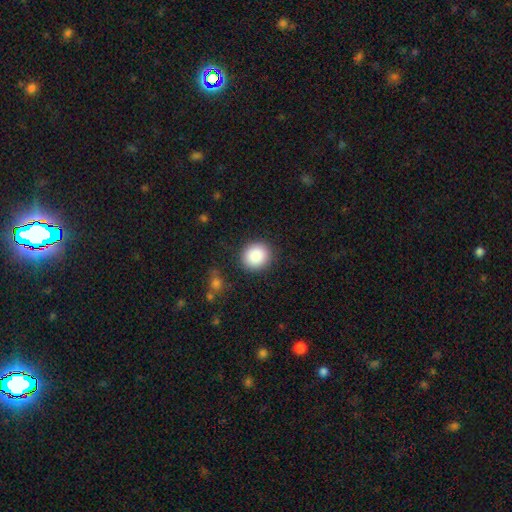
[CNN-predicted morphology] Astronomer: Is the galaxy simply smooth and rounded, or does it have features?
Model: smooth — 89%.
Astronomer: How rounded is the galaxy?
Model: round — 84%.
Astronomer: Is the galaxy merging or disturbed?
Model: none — 89%.